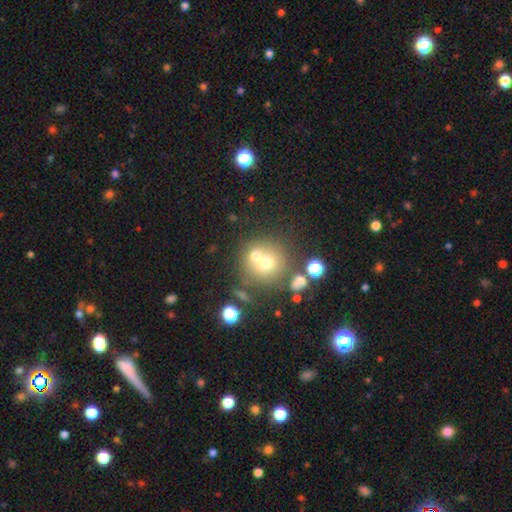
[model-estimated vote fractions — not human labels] smooth 64%, featured or disk 20%, star or artifact 16%. Down the decision tree: how rounded — round (87%); merging — none (46%).